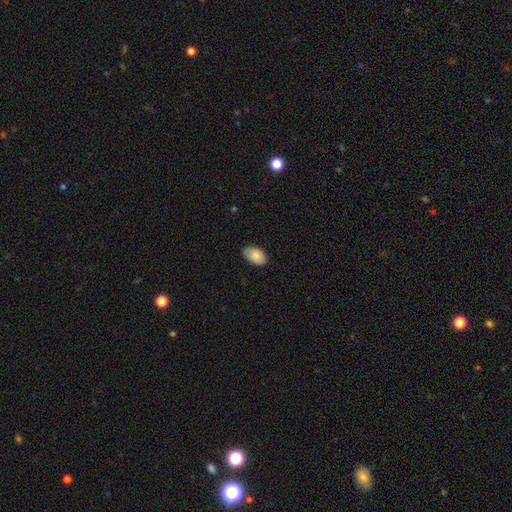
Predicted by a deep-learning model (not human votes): This is clearly a smooth galaxy (86%). How rounded: clearly in between (91%). Merging: likely none (78%).